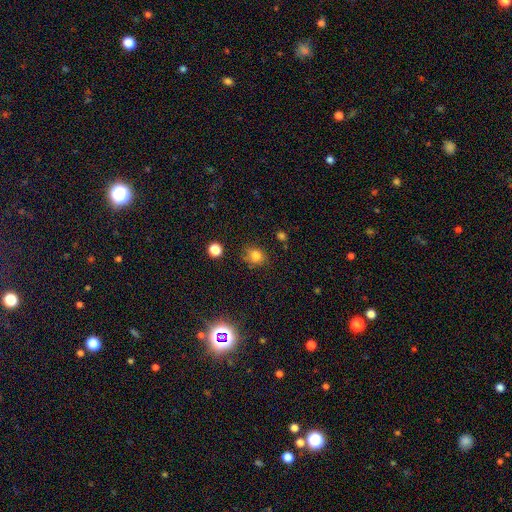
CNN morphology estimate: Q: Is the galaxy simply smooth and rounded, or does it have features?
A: smooth — 79%.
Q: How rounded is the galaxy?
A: round — 61%.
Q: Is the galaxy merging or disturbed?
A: none — 74%.